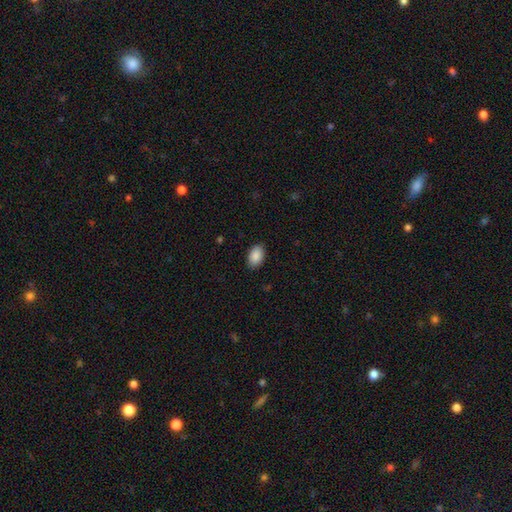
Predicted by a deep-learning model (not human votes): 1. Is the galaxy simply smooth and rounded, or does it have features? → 90% smooth, 7% star or artifact, 3% featured or disk.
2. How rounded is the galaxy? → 91% in between, 8% round, 1% cigar-shaped.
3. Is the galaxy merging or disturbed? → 88% none, 9% minor disturbance, 2% major disturbance, 1% merger.